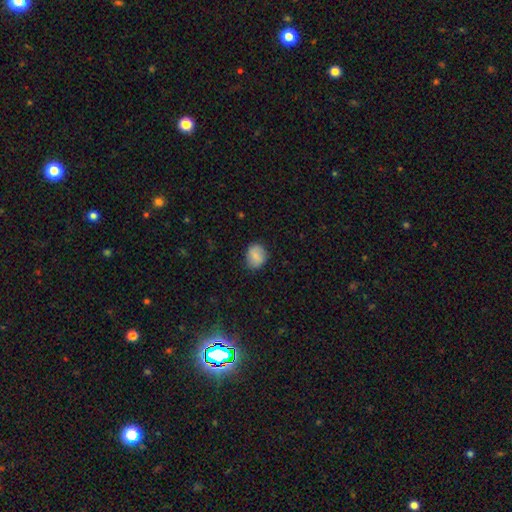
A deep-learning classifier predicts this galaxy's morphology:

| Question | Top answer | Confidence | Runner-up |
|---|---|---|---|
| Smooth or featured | smooth | 82% | featured or disk (10%) |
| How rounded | round | 55% | in between (44%) |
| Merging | none | 83% | minor disturbance (13%) |